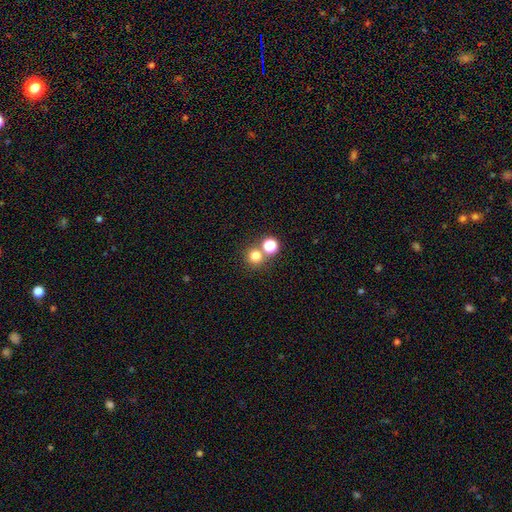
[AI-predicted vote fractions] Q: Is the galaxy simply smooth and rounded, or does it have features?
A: smooth — 76%.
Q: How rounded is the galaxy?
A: round — 93%.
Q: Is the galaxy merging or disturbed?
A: none — 67%.